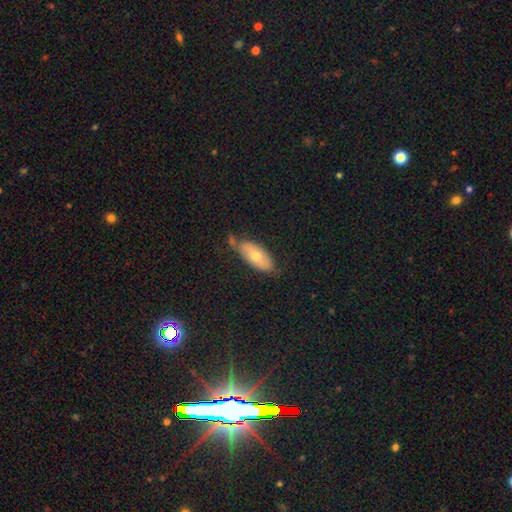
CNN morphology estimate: Smooth or featured? smooth (62%)
How rounded? in between (84%)
Merging? none (59%)